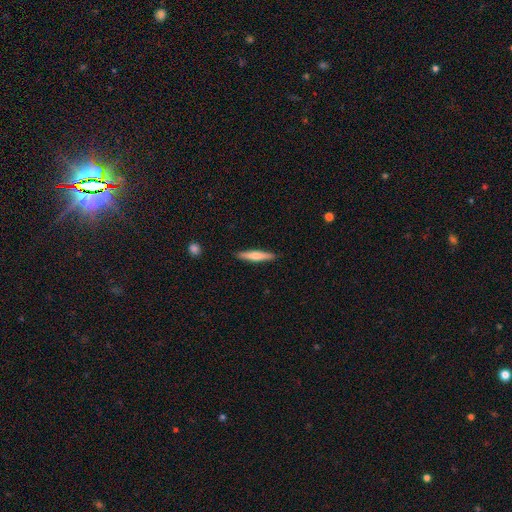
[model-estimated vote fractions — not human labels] A smooth galaxy with no disk features (60%) that is cigar-shaped (91%). Merging: none (90%).